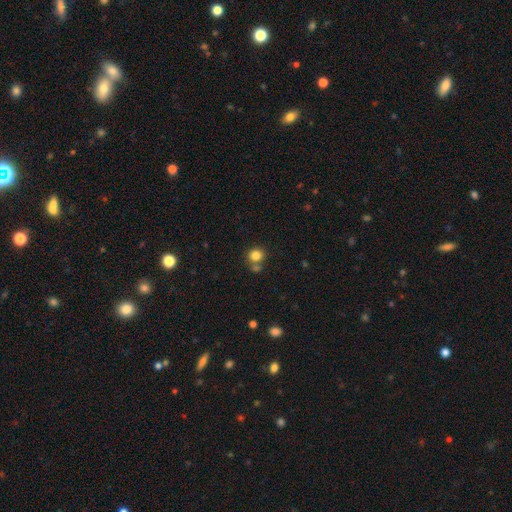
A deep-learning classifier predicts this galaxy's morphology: Smooth or featured? smooth (83%)
How rounded? round (84%)
Merging? none (65%)